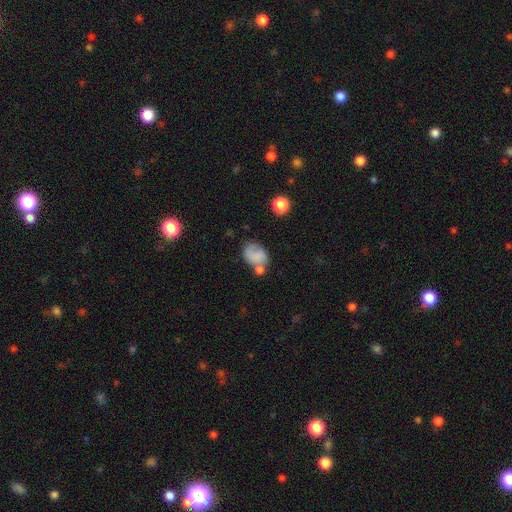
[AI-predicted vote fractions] Smooth or featured?
  - smooth: 69% *
  - featured or disk: 20%
  - star or artifact: 11%
How rounded?
  - in between: 70% *
  - round: 29%
  - cigar-shaped: 1%
Merging?
  - none: 39% *
  - minor disturbance: 24%
  - merger: 23%
  - major disturbance: 14%